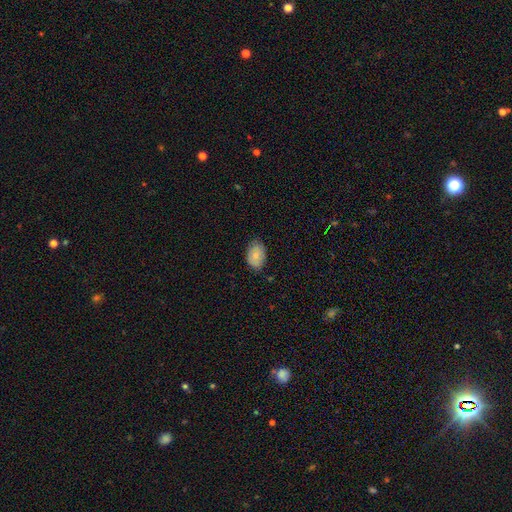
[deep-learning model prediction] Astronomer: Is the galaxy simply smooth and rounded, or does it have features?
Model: smooth — 80%.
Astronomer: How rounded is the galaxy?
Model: in between — 88%.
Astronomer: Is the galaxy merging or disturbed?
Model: none — 76%.